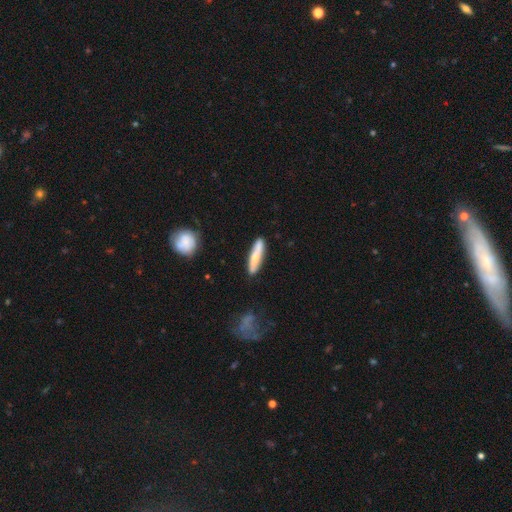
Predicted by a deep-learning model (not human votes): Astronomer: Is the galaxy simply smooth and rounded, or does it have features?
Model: smooth — 62%.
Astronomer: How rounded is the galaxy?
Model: cigar-shaped — 84%.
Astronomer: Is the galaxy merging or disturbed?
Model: none — 84%.